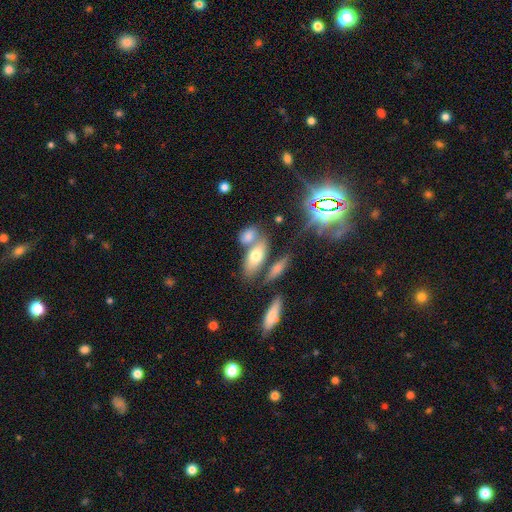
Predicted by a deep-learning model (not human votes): This is likely a smooth galaxy (68%). How rounded: clearly in between (80%). Merging: possibly none (49%).